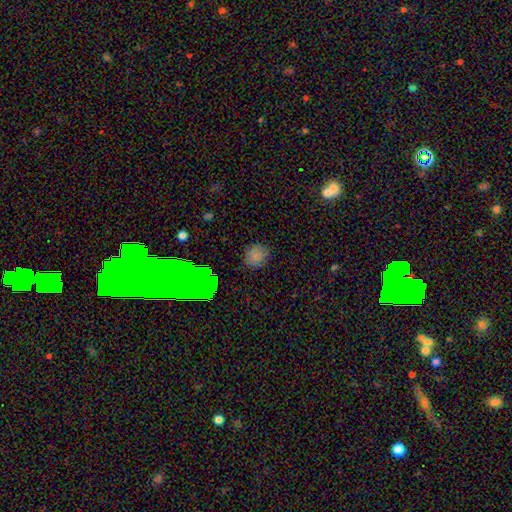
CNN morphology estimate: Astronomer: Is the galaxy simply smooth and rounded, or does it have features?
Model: smooth — 74%.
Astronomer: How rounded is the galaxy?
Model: round — 71%.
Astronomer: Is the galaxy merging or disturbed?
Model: none — 83%.